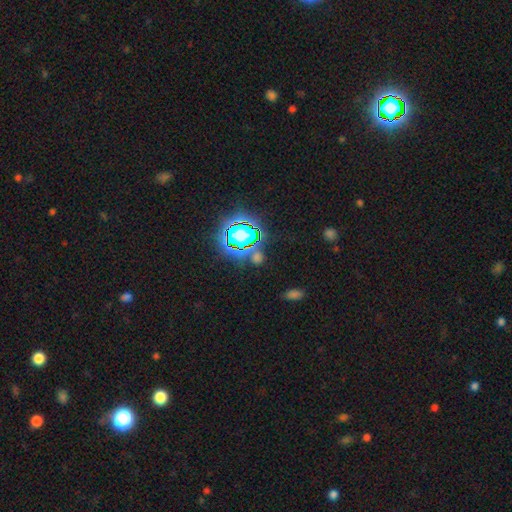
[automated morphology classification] A star or artifact, not a galaxy (68%).

Vote fractions:
- Smooth or featured? star or artifact: 68% / smooth: 22% / featured or disk: 10%